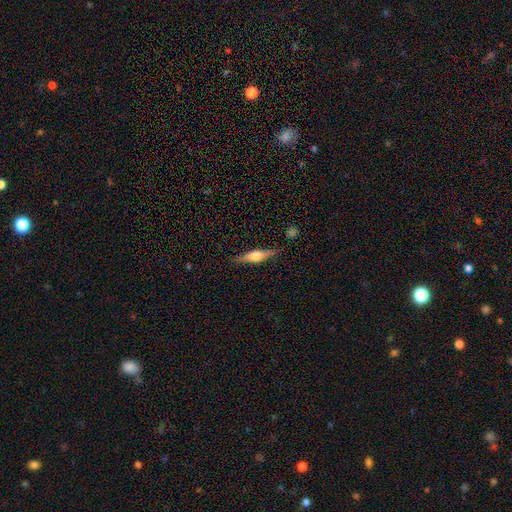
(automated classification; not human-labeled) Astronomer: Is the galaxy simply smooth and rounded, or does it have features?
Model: featured or disk — 59%.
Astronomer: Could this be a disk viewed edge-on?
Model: yes — 96%.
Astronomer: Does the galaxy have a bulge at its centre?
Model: rounded — 88%.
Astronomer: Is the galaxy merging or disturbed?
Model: none — 85%.